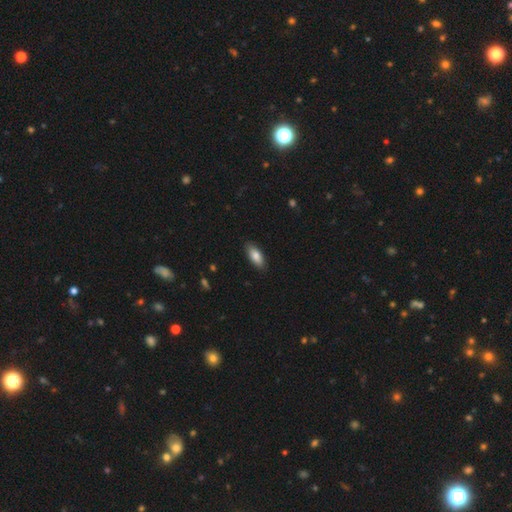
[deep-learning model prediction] smooth 83%, featured or disk 11%, star or artifact 6%. Down the decision tree: how rounded — in between (82%); merging — none (87%).